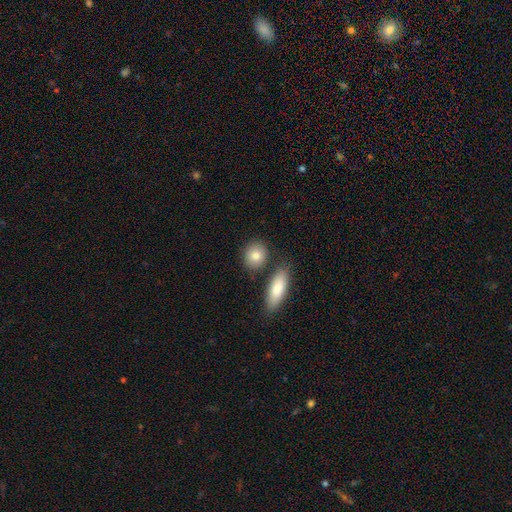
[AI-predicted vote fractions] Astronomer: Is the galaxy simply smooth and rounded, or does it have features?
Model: smooth — 83%.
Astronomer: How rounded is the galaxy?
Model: round — 64%.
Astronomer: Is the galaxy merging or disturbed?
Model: none — 75%.